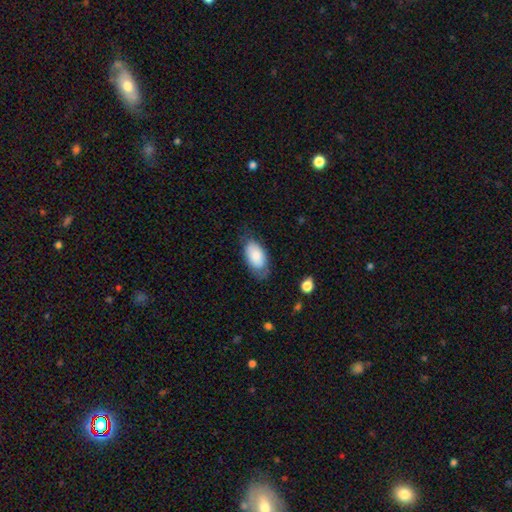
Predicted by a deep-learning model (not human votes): smooth 80%, featured or disk 14%, star or artifact 6%. Down the decision tree: how rounded — in between (94%); merging — none (63%).